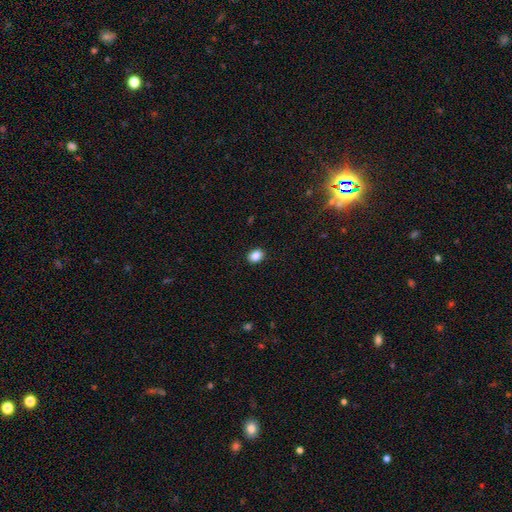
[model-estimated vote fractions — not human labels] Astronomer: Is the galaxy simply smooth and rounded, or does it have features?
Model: smooth — 87%.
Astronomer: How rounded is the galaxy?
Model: in between — 56% (runner-up: round, 43%).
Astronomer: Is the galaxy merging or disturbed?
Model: none — 91%.